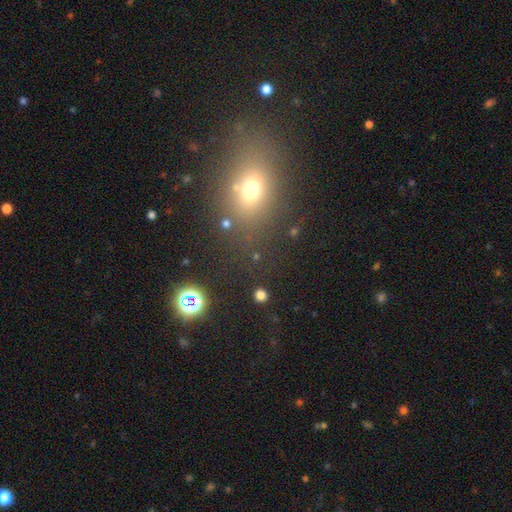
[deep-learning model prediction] A smooth galaxy with no disk features (56%) that is in between round and cigar-shaped (63%).

Vote fractions:
- Smooth or featured? smooth: 56% / star or artifact: 31% / featured or disk: 13%
- How rounded? in between: 63% / round: 31% / cigar-shaped: 5%
- Merging? none: 75% / minor disturbance: 13% / major disturbance: 7% / merger: 5%